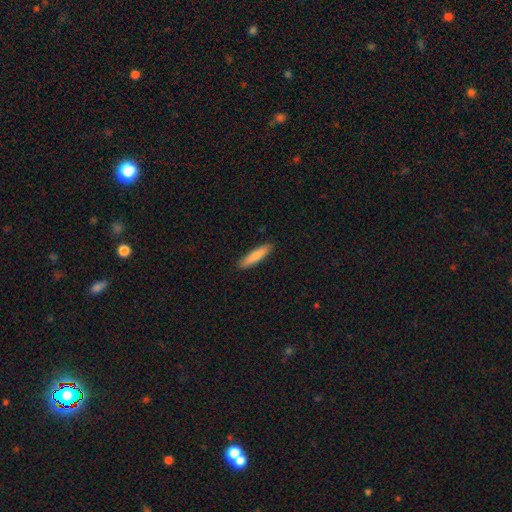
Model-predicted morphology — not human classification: A smooth galaxy with no disk features (81%) that is cigar-shaped (81%).

Vote fractions:
- Smooth or featured? smooth: 81% / featured or disk: 13% / star or artifact: 5%
- How rounded? cigar-shaped: 81% / in between: 18% / round: 1%
- Merging? none: 90% / minor disturbance: 8% / major disturbance: 2% / merger: 1%